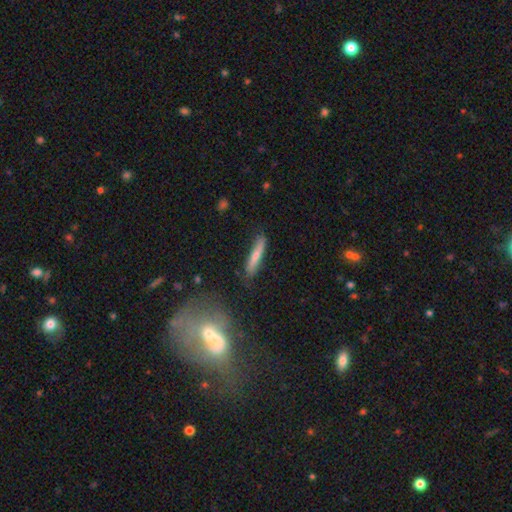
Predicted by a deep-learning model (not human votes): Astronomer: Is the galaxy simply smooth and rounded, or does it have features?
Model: smooth — 60%.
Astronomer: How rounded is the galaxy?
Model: cigar-shaped — 90%.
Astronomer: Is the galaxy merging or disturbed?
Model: none — 79%.